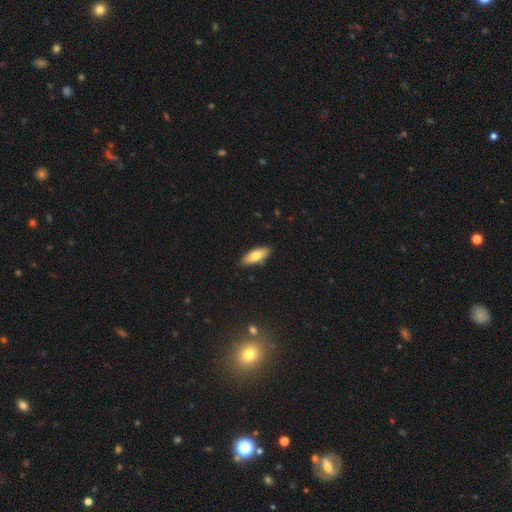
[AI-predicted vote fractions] A smooth galaxy with no disk features (73%) that is in between round and cigar-shaped (66%).

Vote fractions:
- Smooth or featured? smooth: 73% / featured or disk: 20% / star or artifact: 6%
- How rounded? in between: 66% / cigar-shaped: 32% / round: 2%
- Merging? none: 87% / minor disturbance: 10% / major disturbance: 2% / merger: 1%